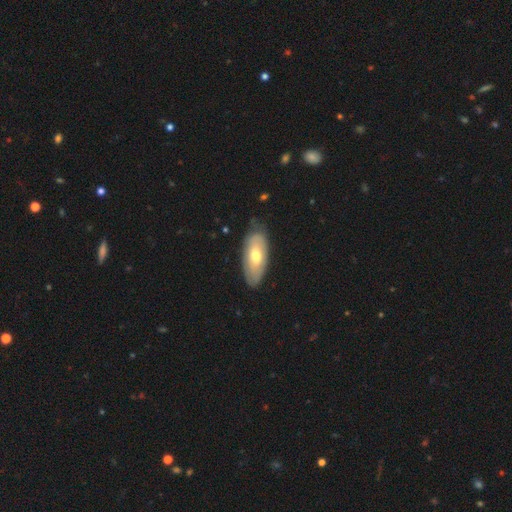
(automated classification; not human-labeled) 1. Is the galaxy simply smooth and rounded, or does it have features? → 56% smooth, 39% featured or disk, 5% star or artifact.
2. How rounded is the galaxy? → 87% in between, 10% cigar-shaped, 2% round.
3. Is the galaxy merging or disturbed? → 76% none, 20% minor disturbance, 4% major disturbance, 1% merger.